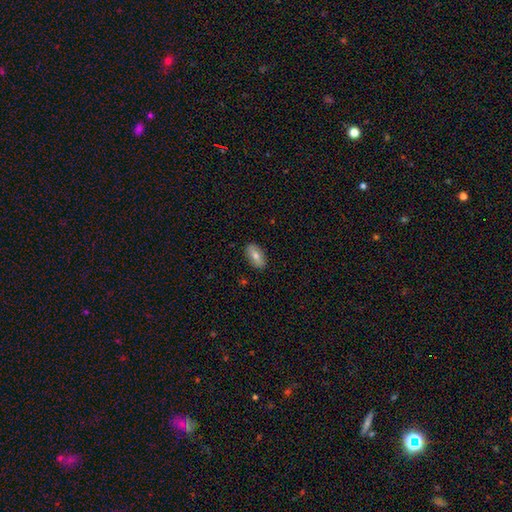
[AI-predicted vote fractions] Smooth or featured?
  - smooth: 67% *
  - featured or disk: 25%
  - star or artifact: 8%
How rounded?
  - in between: 89% *
  - cigar-shaped: 7%
  - round: 4%
Merging?
  - none: 88% *
  - minor disturbance: 9%
  - major disturbance: 2%
  - merger: 1%